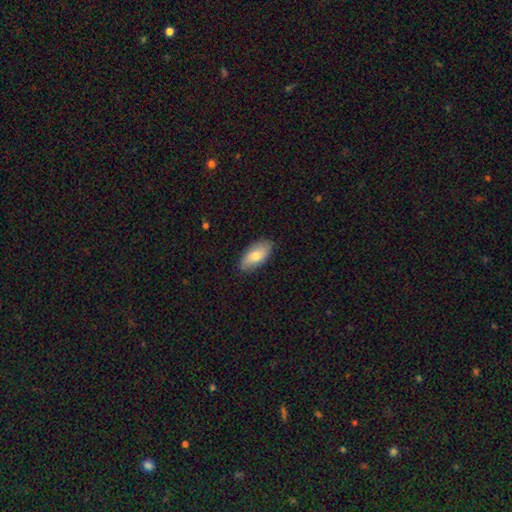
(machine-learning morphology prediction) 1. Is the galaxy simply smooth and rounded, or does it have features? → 76% smooth, 19% featured or disk, 6% star or artifact.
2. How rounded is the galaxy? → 92% in between, 6% cigar-shaped, 3% round.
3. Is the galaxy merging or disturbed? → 86% none, 11% minor disturbance, 2% major disturbance, 1% merger.